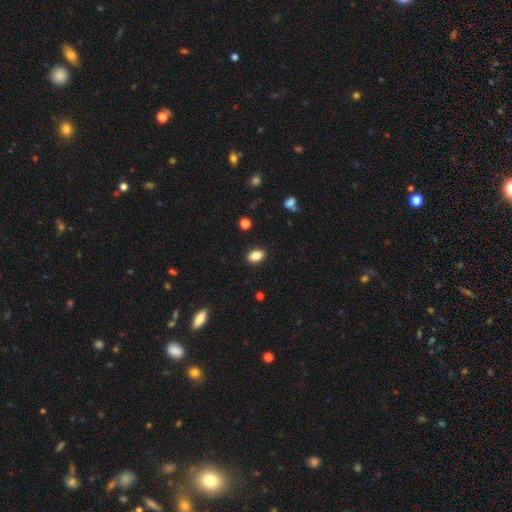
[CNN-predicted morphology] A smooth galaxy with no disk features (84%) that is in between round and cigar-shaped (86%).

Vote fractions:
- Smooth or featured? smooth: 84% / star or artifact: 9% / featured or disk: 7%
- How rounded? in between: 86% / round: 11% / cigar-shaped: 2%
- Merging? none: 89% / minor disturbance: 8% / major disturbance: 2% / merger: 1%